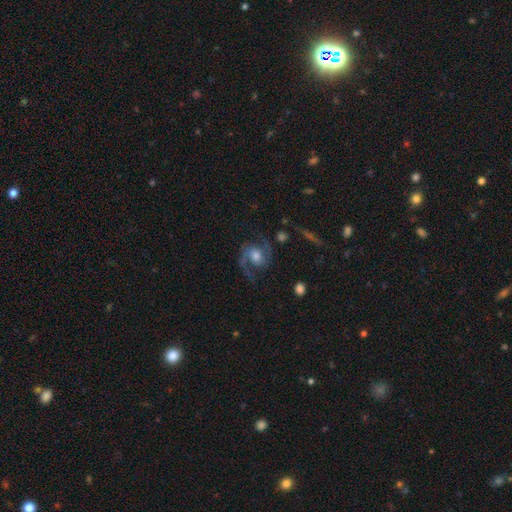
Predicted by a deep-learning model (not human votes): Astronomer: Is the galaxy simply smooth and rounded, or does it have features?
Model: featured or disk — 89%.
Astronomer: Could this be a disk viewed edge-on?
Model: no — 98%.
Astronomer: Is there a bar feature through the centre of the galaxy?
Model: no — 54% (runner-up: weak, 36%).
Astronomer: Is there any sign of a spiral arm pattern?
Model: yes — 98%.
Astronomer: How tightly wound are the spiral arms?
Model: medium — 58%.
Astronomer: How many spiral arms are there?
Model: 2 — 93%.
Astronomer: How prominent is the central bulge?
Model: moderate — 57%.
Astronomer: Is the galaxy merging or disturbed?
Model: none — 75%.